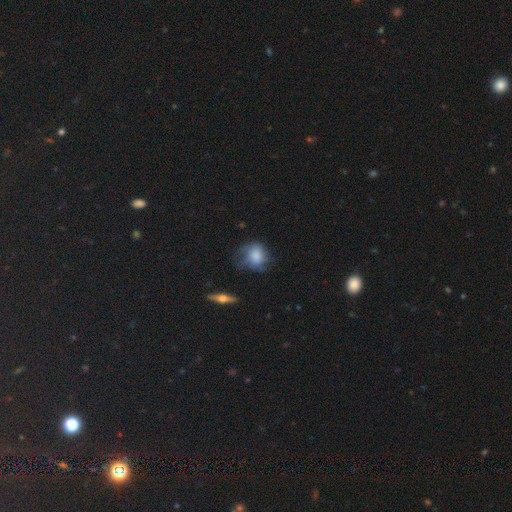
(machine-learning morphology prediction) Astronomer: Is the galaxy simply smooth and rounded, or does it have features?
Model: smooth — 66%.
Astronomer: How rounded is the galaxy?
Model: round — 64%.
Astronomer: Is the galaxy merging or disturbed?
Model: none — 45% (runner-up: minor disturbance, 32%).